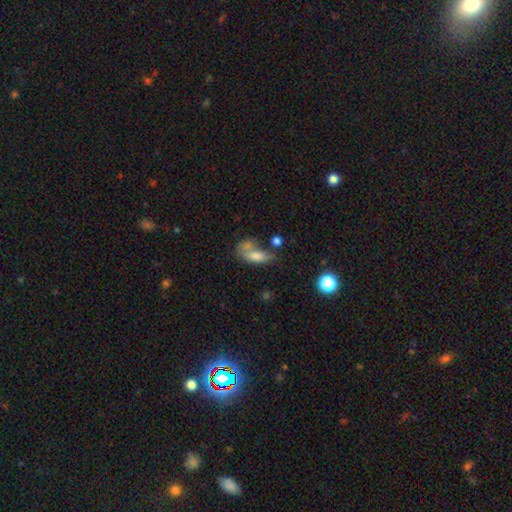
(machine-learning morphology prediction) type=smooth (72%); roundness=in between (78%); merging=merger (35%).